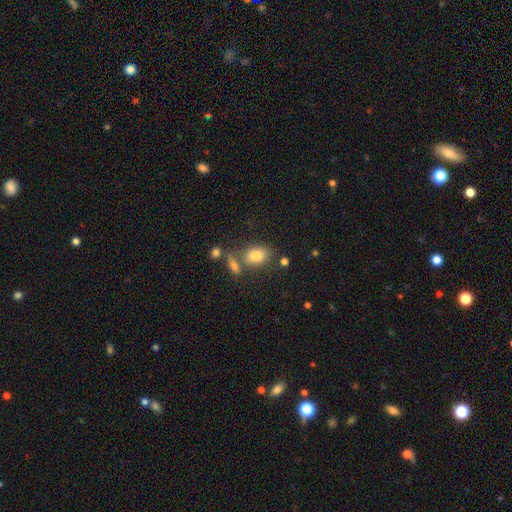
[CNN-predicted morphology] This appears to be a smooth galaxy with no disk features (80%) that is in between round and cigar-shaped (83%). Merging: none (60%).